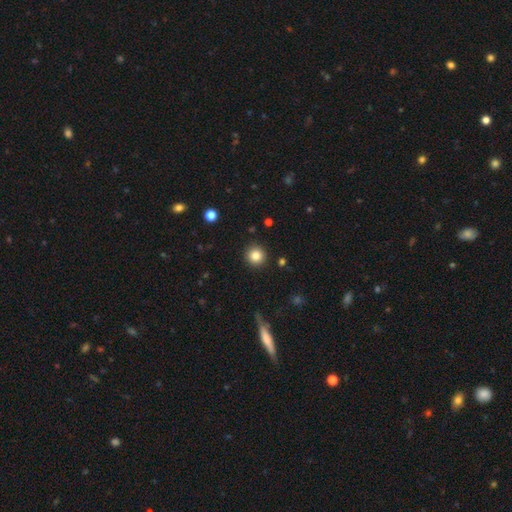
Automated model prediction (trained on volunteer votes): A smooth galaxy with no disk features (84%) that is round (94%). Merging: none (91%).